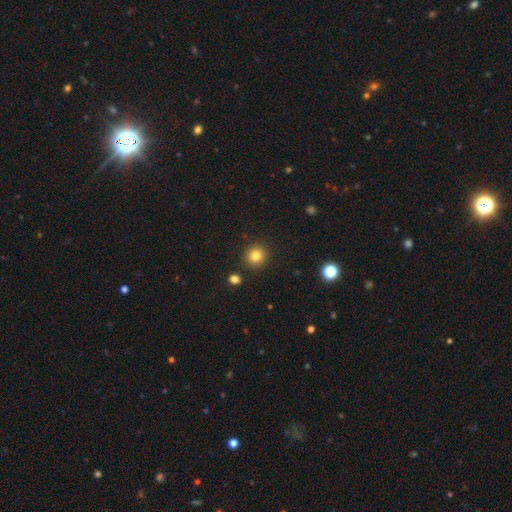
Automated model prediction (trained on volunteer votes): Smooth or featured? smooth (82%)
How rounded? round (91%)
Merging? none (90%)